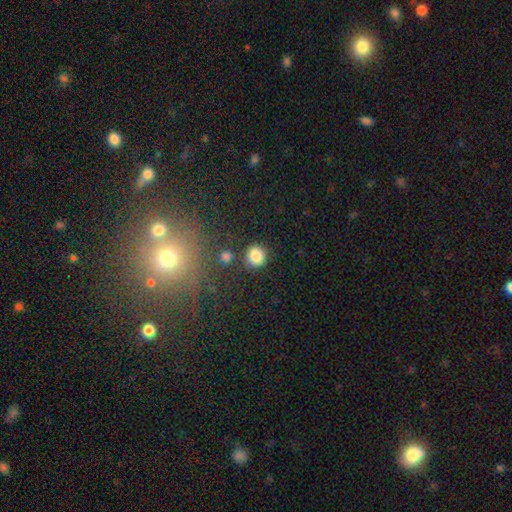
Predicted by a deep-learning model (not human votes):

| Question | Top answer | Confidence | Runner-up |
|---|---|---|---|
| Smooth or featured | smooth | 84% | star or artifact (11%) |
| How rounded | round | 86% | in between (13%) |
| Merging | none | 79% | minor disturbance (12%) |